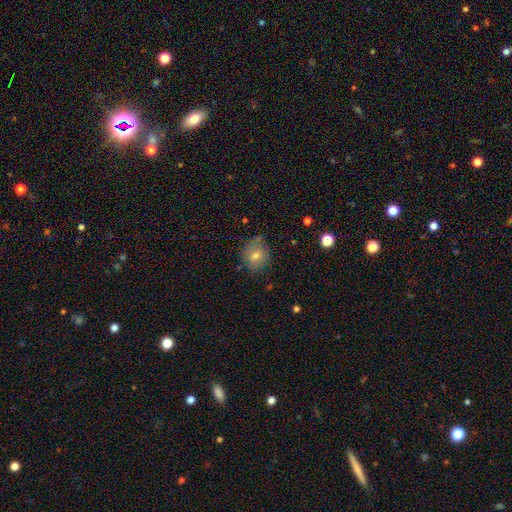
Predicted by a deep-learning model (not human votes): Morphology: type=smooth (64%); roundness=round (80%); merging=none (77%).